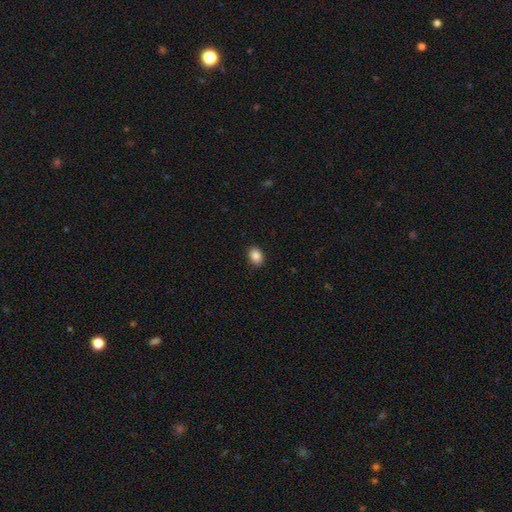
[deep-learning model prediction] A smooth galaxy with no disk features (87%) that is in between round and cigar-shaped (72%).

Vote fractions:
- Smooth or featured? smooth: 87% / star or artifact: 9% / featured or disk: 4%
- How rounded? in between: 72% / round: 27% / cigar-shaped: 1%
- Merging? none: 89% / minor disturbance: 8% / major disturbance: 2% / merger: 1%